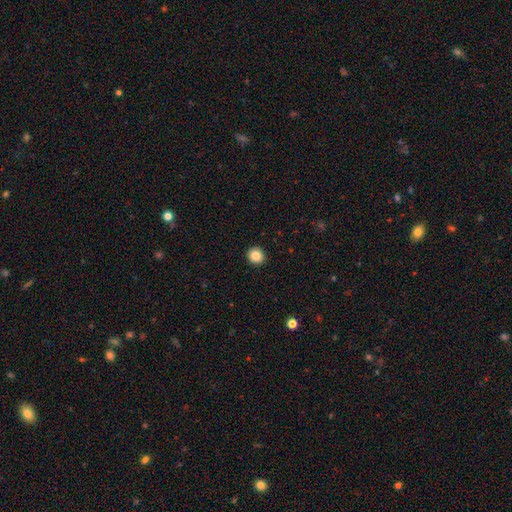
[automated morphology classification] smooth 85%, star or artifact 10%, featured or disk 5%. Down the decision tree: how rounded — round (91%); merging — none (93%).